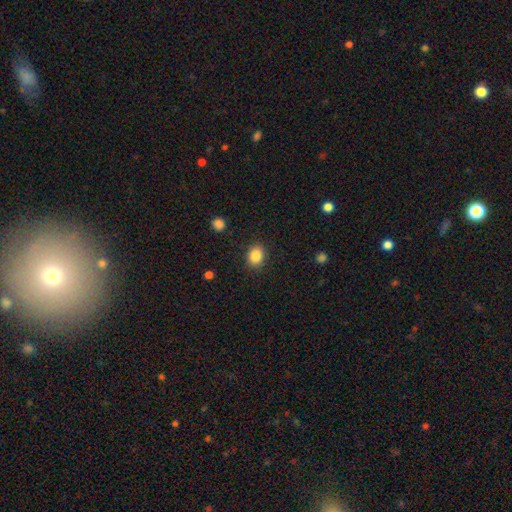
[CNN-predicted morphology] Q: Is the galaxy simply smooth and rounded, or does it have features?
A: smooth — 86%.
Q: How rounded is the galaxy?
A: in between — 50%.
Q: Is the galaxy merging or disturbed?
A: none — 88%.